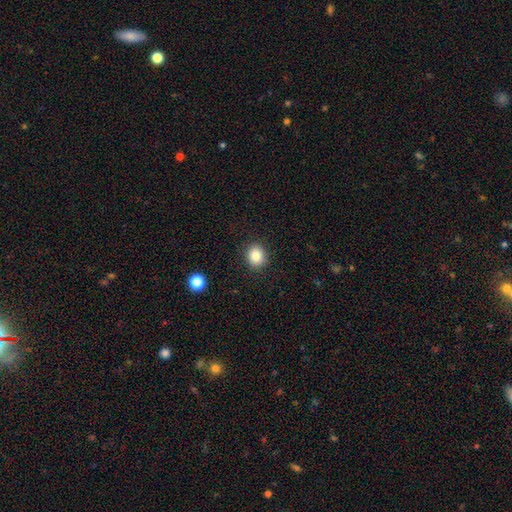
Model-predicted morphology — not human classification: This is clearly a smooth galaxy (84%). How rounded: likely round (73%). Merging: clearly none (90%).